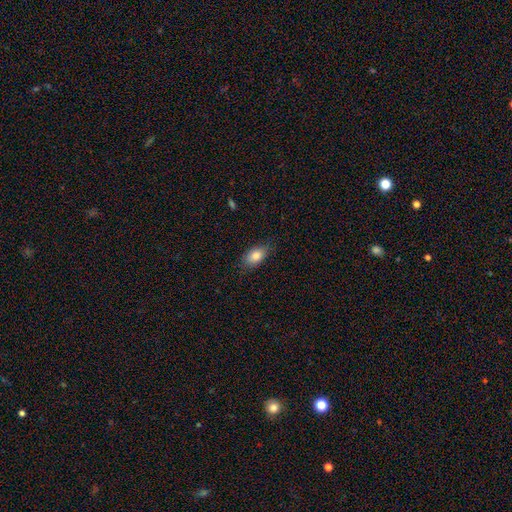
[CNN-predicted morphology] This appears to be a smooth galaxy with no disk features (83%) that is in between round and cigar-shaped (88%). Merging: none (77%).